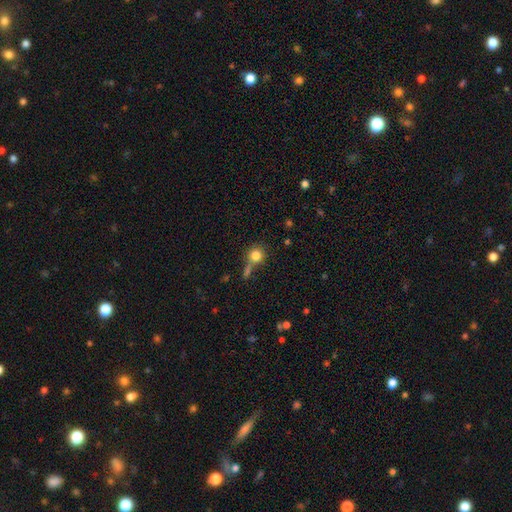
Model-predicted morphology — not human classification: A smooth galaxy with no disk features (81%) that is round (88%). Merging: none (56%).